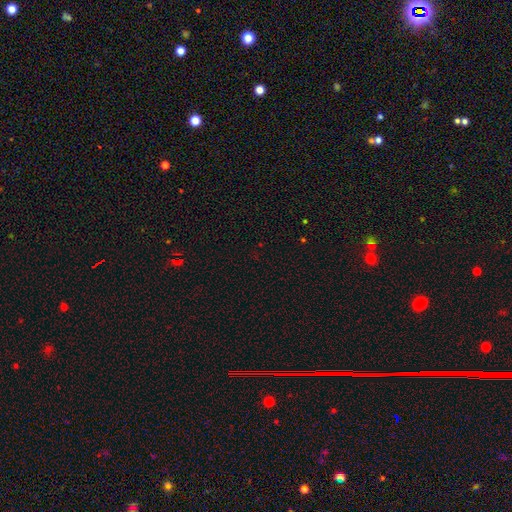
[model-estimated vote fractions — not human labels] Overall: star or artifact (70%).